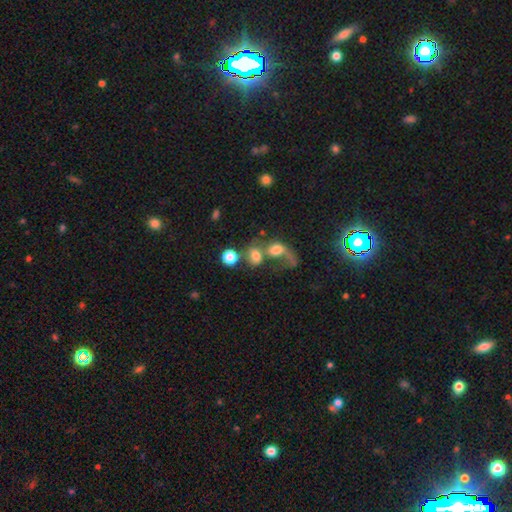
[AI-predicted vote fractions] A smooth galaxy with no disk features (66%) that is round (55%).

Vote fractions:
- Smooth or featured? smooth: 66% / featured or disk: 22% / star or artifact: 12%
- How rounded? round: 55% / in between: 43% / cigar-shaped: 2%
- Merging? merger: 57% / none: 20% / major disturbance: 16% / minor disturbance: 7%